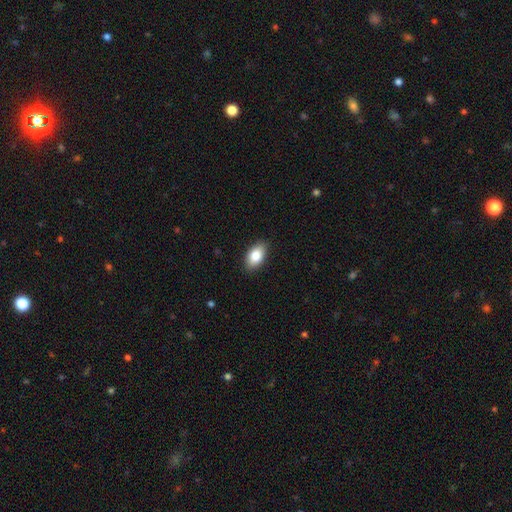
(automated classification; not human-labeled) Smooth or featured?
  - smooth: 83% *
  - featured or disk: 10%
  - star or artifact: 7%
How rounded?
  - in between: 93% *
  - round: 5%
  - cigar-shaped: 2%
Merging?
  - none: 88% *
  - minor disturbance: 9%
  - major disturbance: 2%
  - merger: 1%